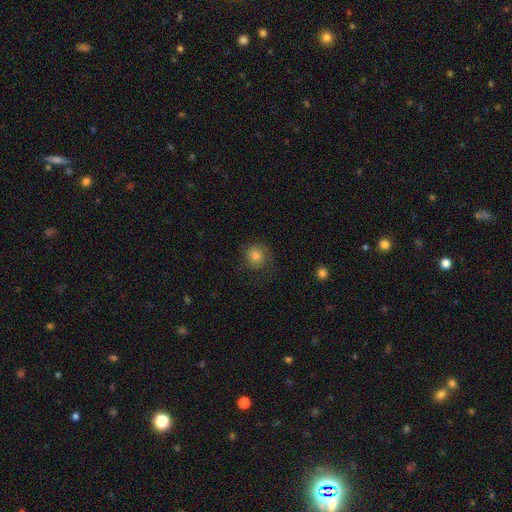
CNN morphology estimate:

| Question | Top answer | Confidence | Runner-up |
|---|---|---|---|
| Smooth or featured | smooth | 73% | featured or disk (17%) |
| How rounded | round | 89% | in between (10%) |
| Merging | none | 69% | minor disturbance (18%) |